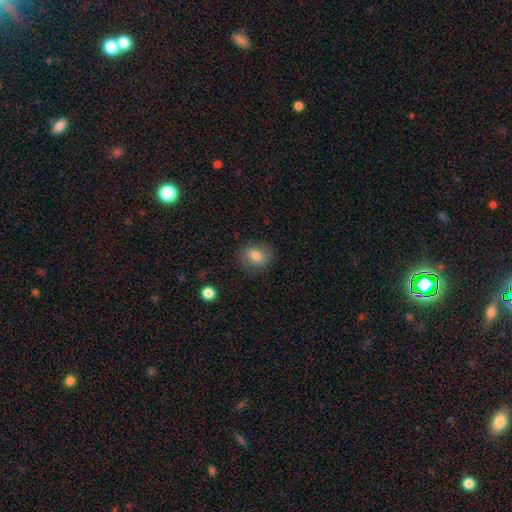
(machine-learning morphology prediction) Smooth or featured: smooth — 79% (featured or disk — 12%)
How rounded: round — 59% (in between — 40%)
Merging: none — 79% (minor disturbance — 15%)